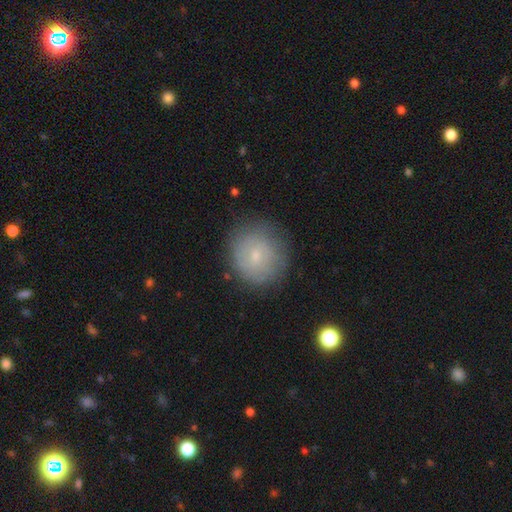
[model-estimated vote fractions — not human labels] smooth 63%, featured or disk 27%, star or artifact 10%. Down the decision tree: how rounded — round (89%); merging — none (79%).